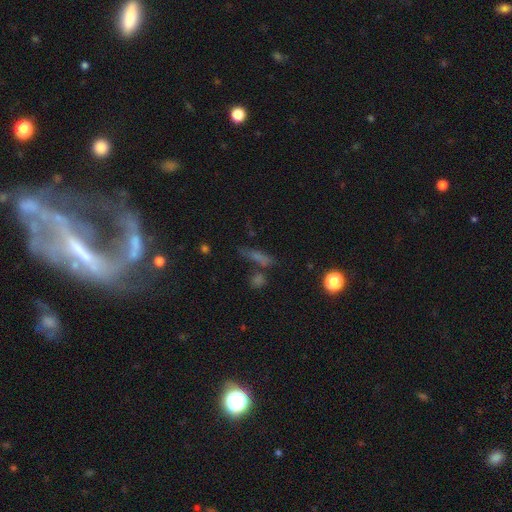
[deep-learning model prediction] Overall: smooth (50%; star or artifact 27%). Merging: none (68%).